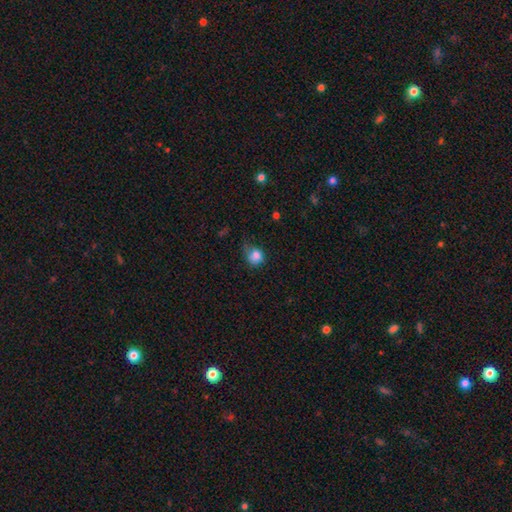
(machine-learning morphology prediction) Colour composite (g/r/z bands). It shows a smooth galaxy with no disk features (84%) that is round (72%). Merging: none (41%).